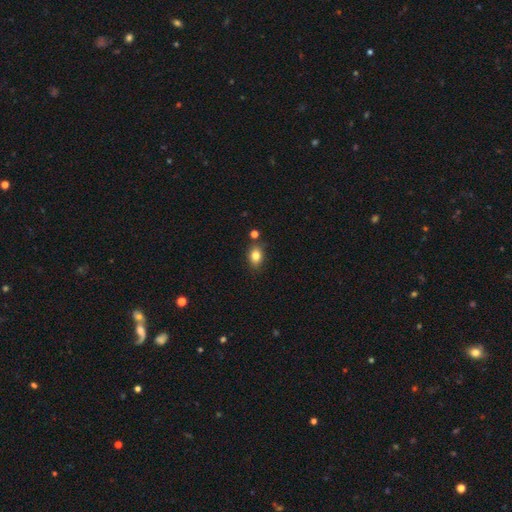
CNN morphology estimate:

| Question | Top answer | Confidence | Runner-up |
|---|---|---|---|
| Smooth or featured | smooth | 81% | star or artifact (11%) |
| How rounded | in between | 73% | round (26%) |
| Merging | none | 79% | minor disturbance (12%) |